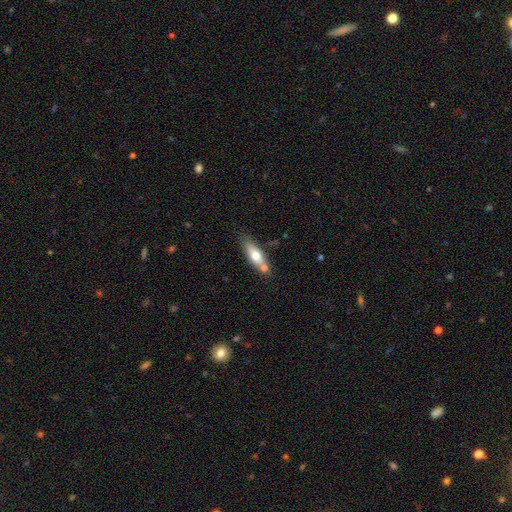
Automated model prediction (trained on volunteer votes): A smooth galaxy with no disk features (63%) that is in between round and cigar-shaped (54%).

Vote fractions:
- Smooth or featured? smooth: 63% / featured or disk: 31% / star or artifact: 7%
- How rounded? in between: 54% / cigar-shaped: 43% / round: 3%
- Merging? none: 58% / merger: 22% / minor disturbance: 16% / major disturbance: 4%